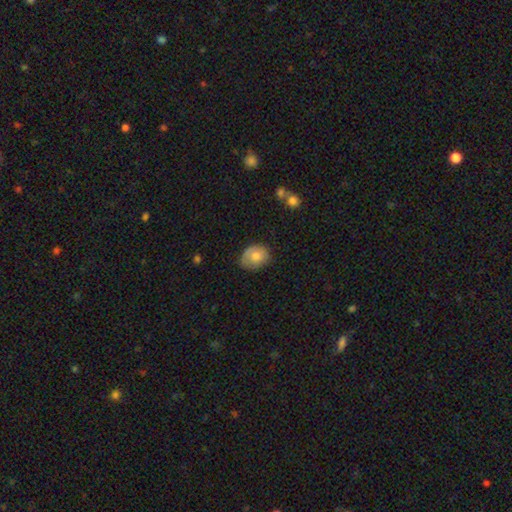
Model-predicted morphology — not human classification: smooth-or-featured: smooth: 71% | featured or disk: 21% | star or artifact: 8%
  how-rounded: in between: 58% | round: 41% | cigar-shaped: 1%
  merging: none: 60% | minor disturbance: 31% | major disturbance: 7% | merger: 2%